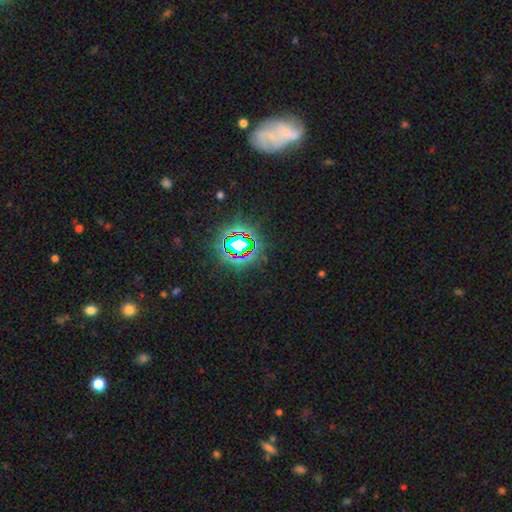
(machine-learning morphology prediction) Smooth or featured: star or artifact — 73% (smooth — 16%)